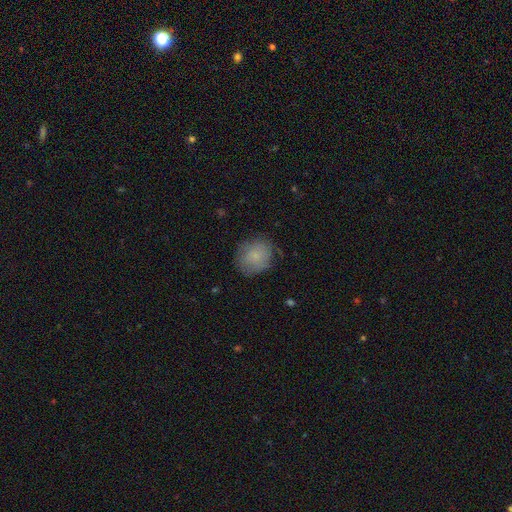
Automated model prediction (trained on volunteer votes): Overall: smooth (78%). How rounded: round (70%). Merging: none (75%).